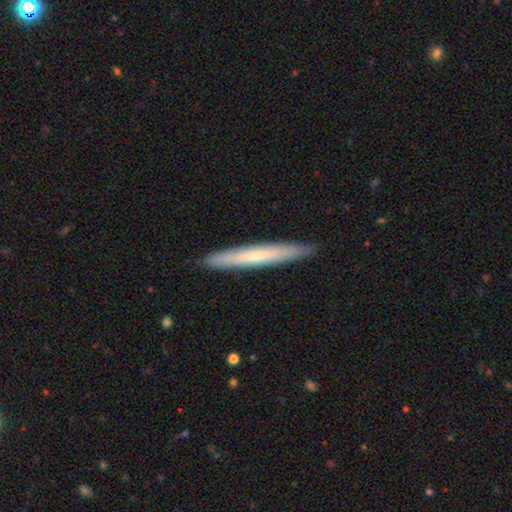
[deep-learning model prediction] A smooth galaxy with no disk features (53%) that is cigar-shaped (96%). Merging: none (92%).